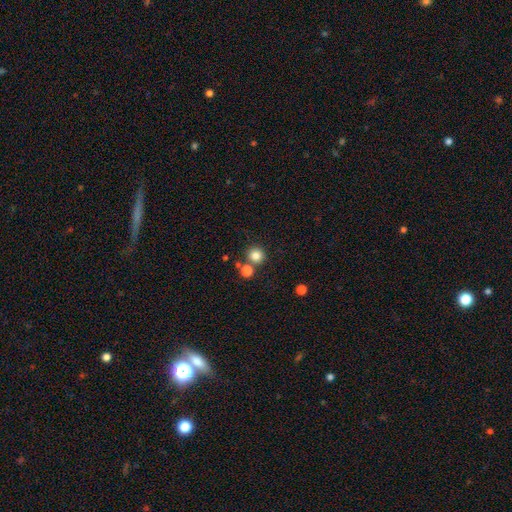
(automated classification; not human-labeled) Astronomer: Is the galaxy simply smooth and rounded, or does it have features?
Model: smooth — 82%.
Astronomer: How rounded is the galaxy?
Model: round — 93%.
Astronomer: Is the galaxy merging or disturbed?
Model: none — 75%.